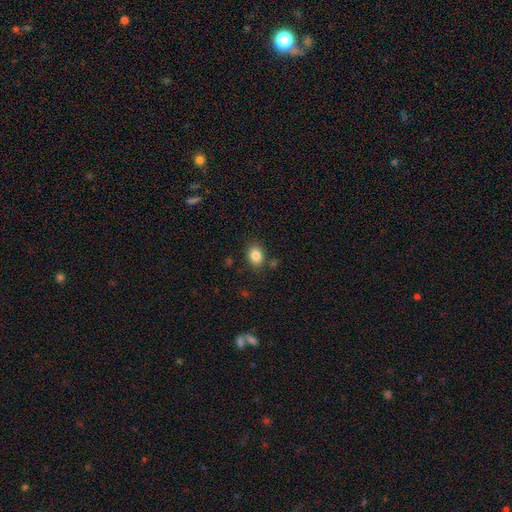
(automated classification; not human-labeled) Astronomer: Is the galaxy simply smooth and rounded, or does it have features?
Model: smooth — 84%.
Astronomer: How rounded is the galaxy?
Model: in between — 58% (runner-up: round, 41%).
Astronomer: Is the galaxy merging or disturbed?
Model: none — 83%.